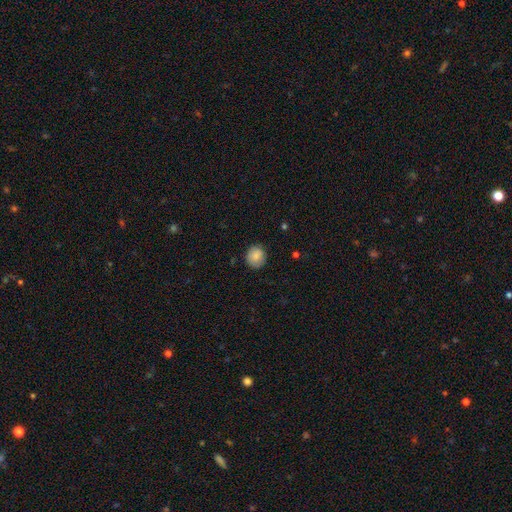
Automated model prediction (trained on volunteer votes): This is clearly a smooth galaxy (86%). How rounded: clearly round (82%). Merging: clearly none (85%).